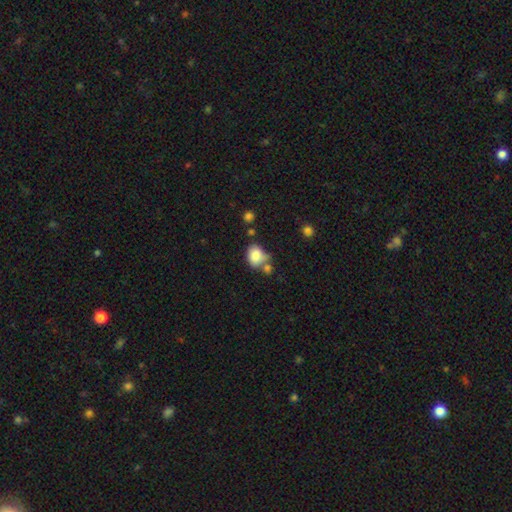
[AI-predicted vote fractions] smooth_or_featured: smooth (p=0.81) [alt: featured or disk p=0.09]
how_rounded: in between (p=0.64) [alt: round p=0.35]
merging: none (p=0.40) [alt: merger p=0.30]